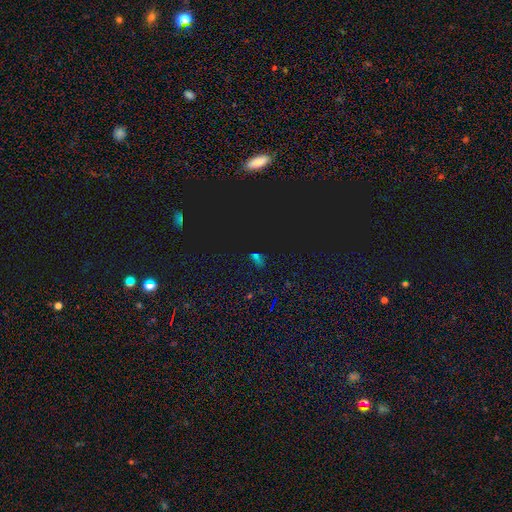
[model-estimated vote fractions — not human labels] smooth-or-featured: star or artifact: 65% | smooth: 27% | featured or disk: 8%